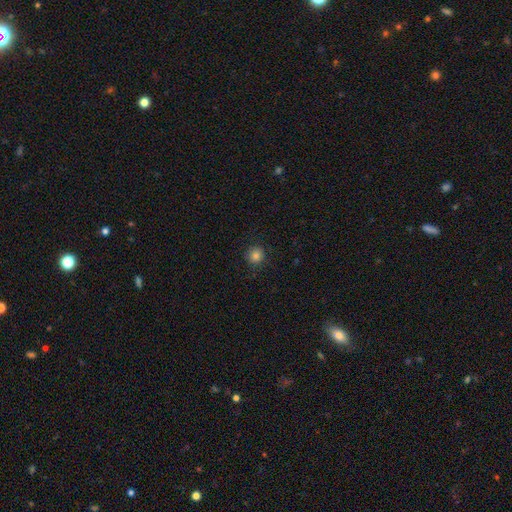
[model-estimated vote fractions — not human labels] smooth 84%, star or artifact 12%, featured or disk 4%. Down the decision tree: how rounded — round (91%); merging — none (88%).